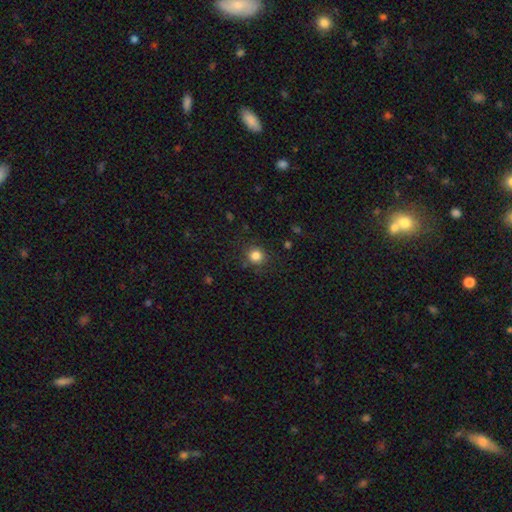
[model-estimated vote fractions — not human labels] Smooth or featured: smooth — 83% (star or artifact — 12%)
How rounded: round — 90% (in between — 9%)
Merging: none — 87% (minor disturbance — 9%)